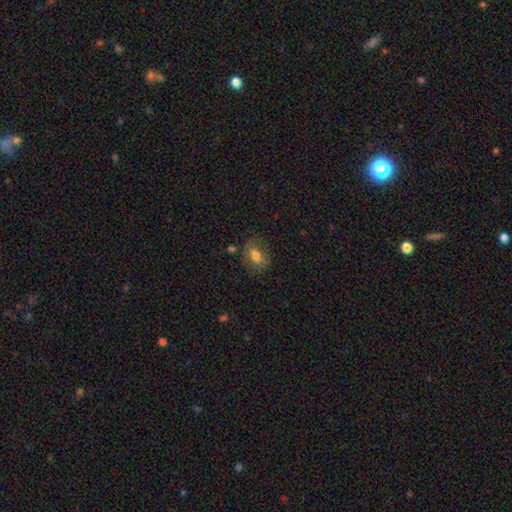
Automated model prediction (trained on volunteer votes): Overall: smooth (70%). How rounded: in between (71%). Merging: none (72%).